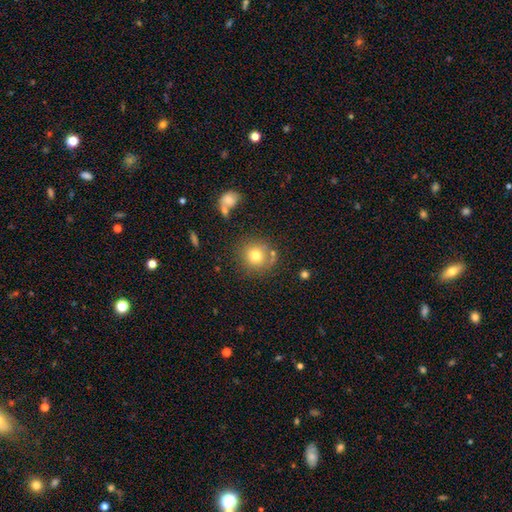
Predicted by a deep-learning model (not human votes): Q: Smooth or featured?
A: smooth (75%); runner-up: featured or disk (13%)
Q: How rounded?
A: round (91%); runner-up: in between (8%)
Q: Merging?
A: none (73%); runner-up: minor disturbance (12%)